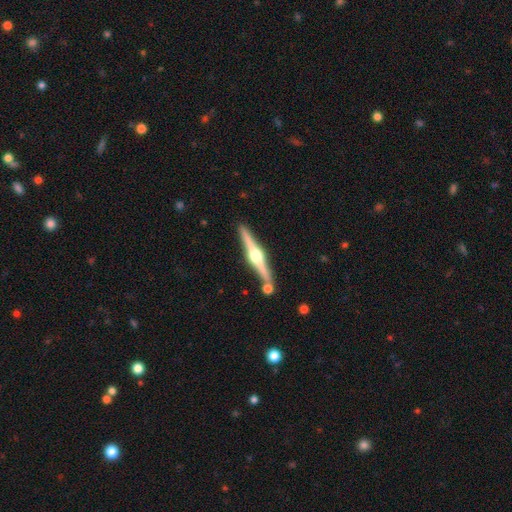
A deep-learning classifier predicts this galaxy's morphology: featured or disk 84%, smooth 12%, star or artifact 4%. Down the decision tree: edge-on disk — yes (98%); edge-on bulge — rounded (95%); merging — none (83%).